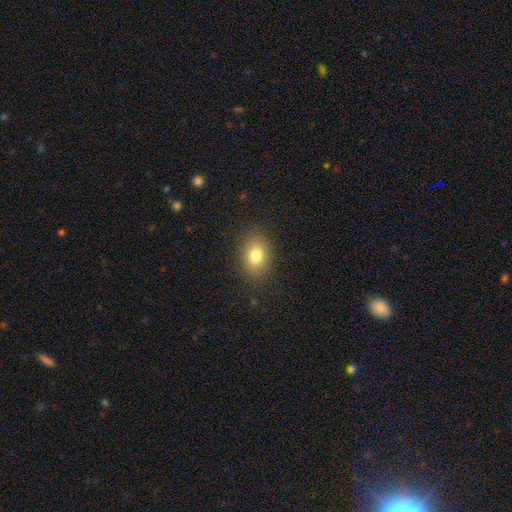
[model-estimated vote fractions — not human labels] This is likely a smooth galaxy (79%). How rounded: likely in between (69%). Merging: clearly none (86%).